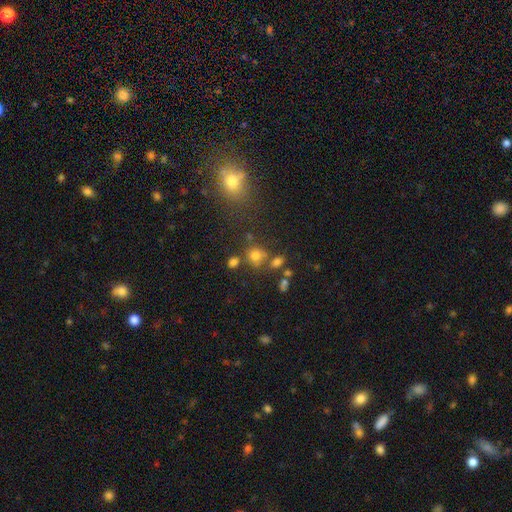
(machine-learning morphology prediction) This appears to be a smooth galaxy with no disk features (72%) that is round (74%). Merging: none (61%).